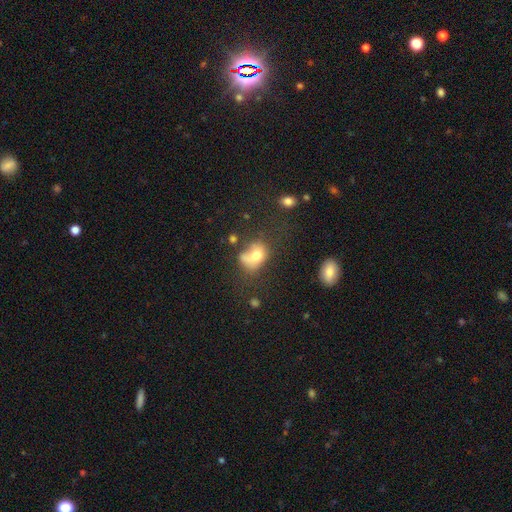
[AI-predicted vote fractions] smooth-or-featured: smooth: 70% | featured or disk: 20% | star or artifact: 11%
  how-rounded: in between: 57% | round: 42% | cigar-shaped: 1%
  merging: none: 31% | minor disturbance: 24% | major disturbance: 24% | merger: 20%